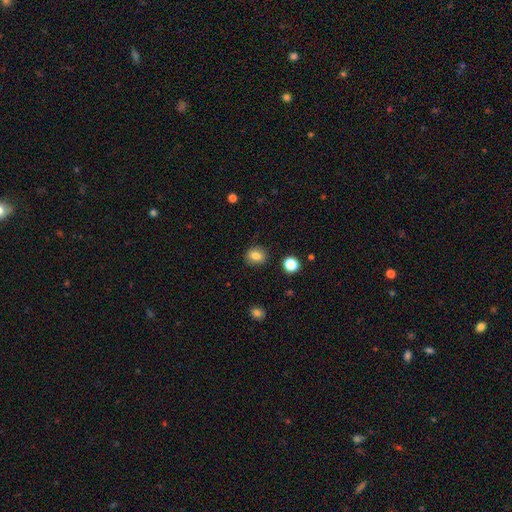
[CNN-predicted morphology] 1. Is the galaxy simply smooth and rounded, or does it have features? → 82% smooth, 11% star or artifact, 7% featured or disk.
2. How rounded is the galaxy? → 59% round, 39% in between, 1% cigar-shaped.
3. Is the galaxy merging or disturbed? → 86% none, 9% minor disturbance, 3% major disturbance, 2% merger.